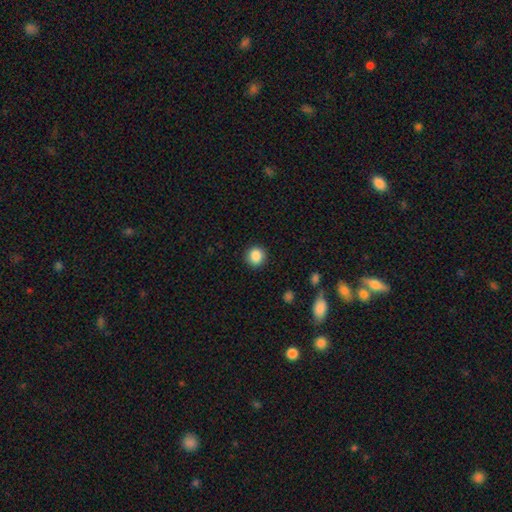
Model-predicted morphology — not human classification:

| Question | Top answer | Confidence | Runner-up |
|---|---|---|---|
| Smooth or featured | smooth | 87% | star or artifact (9%) |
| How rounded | round | 93% | in between (6%) |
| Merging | none | 92% | minor disturbance (5%) |